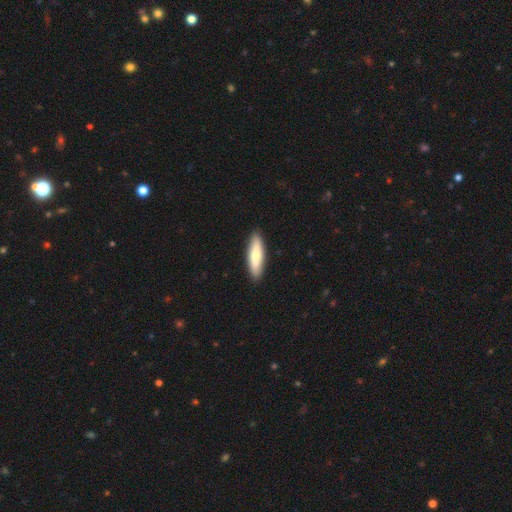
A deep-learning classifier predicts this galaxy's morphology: Q: Smooth or featured?
A: smooth (69%); runner-up: featured or disk (26%)
Q: How rounded?
A: cigar-shaped (63%); runner-up: in between (35%)
Q: Merging?
A: none (90%); runner-up: minor disturbance (7%)